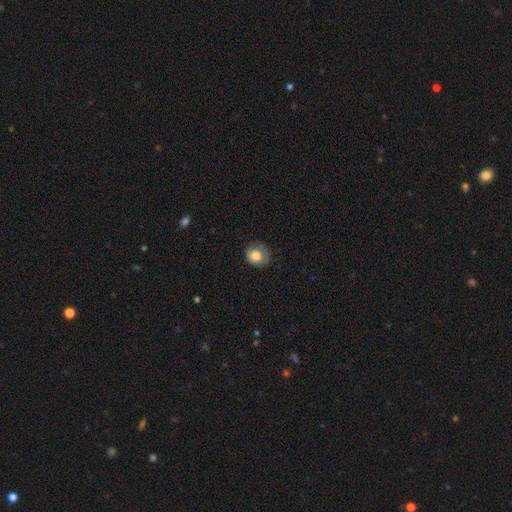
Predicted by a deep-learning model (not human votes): Smooth or featured? smooth (78%)
How rounded? round (77%)
Merging? none (72%)